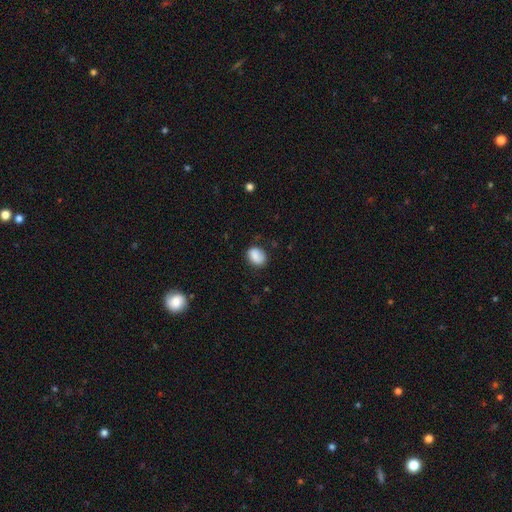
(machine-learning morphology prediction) smooth 84%, featured or disk 8%, star or artifact 8%. Down the decision tree: how rounded — in between (58%); merging — none (74%).